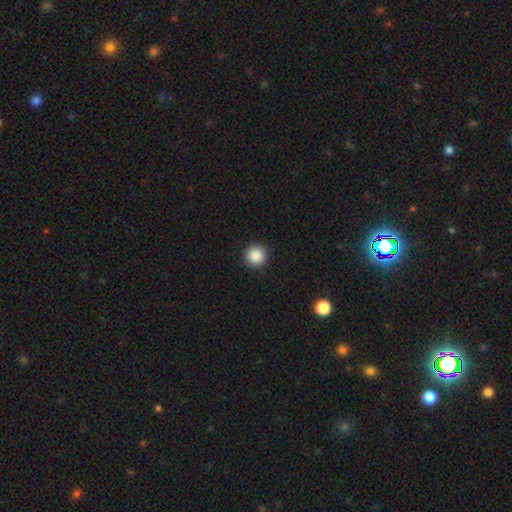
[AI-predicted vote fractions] This is clearly a smooth galaxy (88%). How rounded: clearly round (96%). Merging: clearly none (93%).